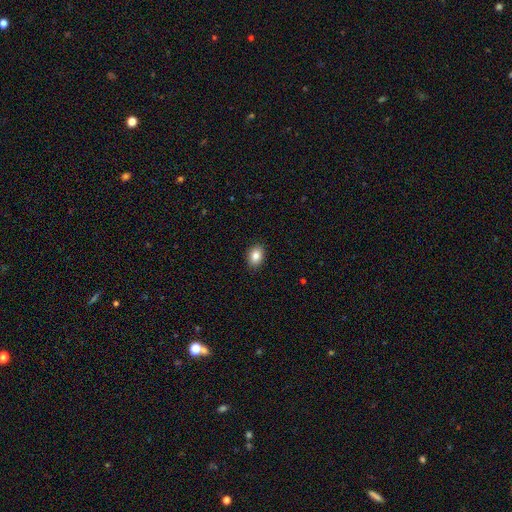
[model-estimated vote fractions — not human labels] Smooth or featured? smooth (84%)
How rounded? in between (71%)
Merging? none (90%)